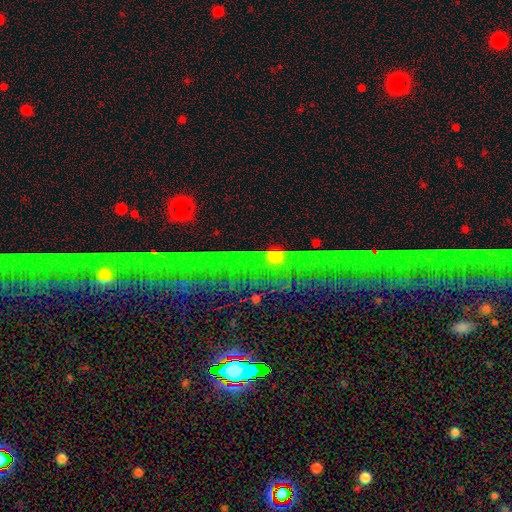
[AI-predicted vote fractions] A star or artifact, not a galaxy (75%).

Vote fractions:
- Smooth or featured? star or artifact: 75% / featured or disk: 15% / smooth: 10%